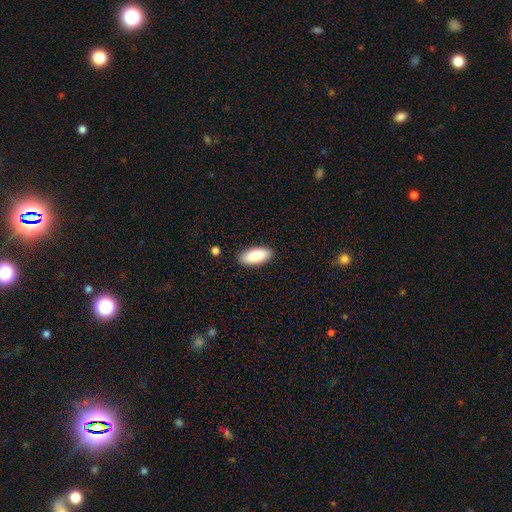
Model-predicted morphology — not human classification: type=smooth (84%); roundness=in between (85%); merging=none (89%).